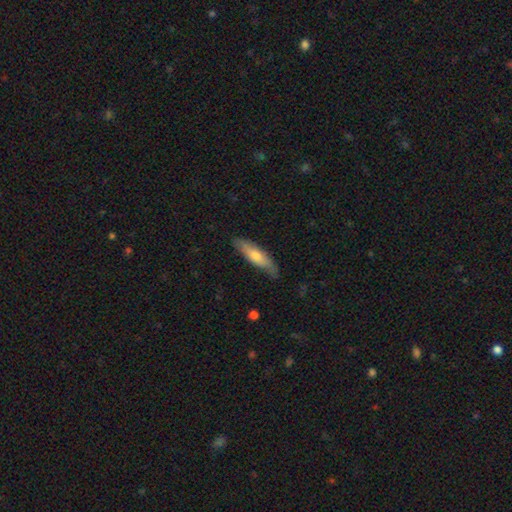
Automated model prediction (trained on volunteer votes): Smooth or featured? smooth (57%)
How rounded? cigar-shaped (69%)
Merging? none (78%)